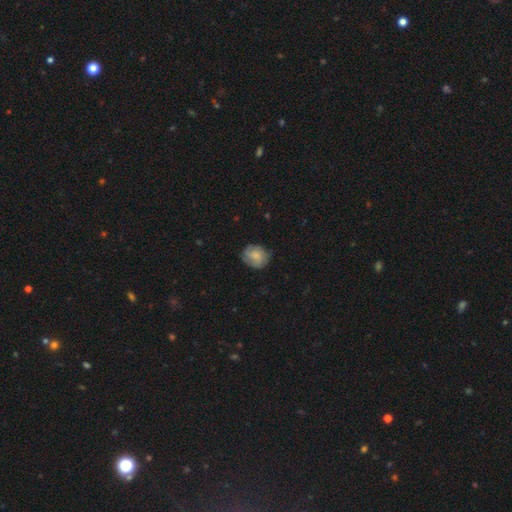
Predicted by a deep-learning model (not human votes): smooth-or-featured: smooth: 63% | featured or disk: 29% | star or artifact: 8%
  how-rounded: round: 67% | in between: 32% | cigar-shaped: 1%
  merging: none: 74% | minor disturbance: 19% | major disturbance: 5% | merger: 1%